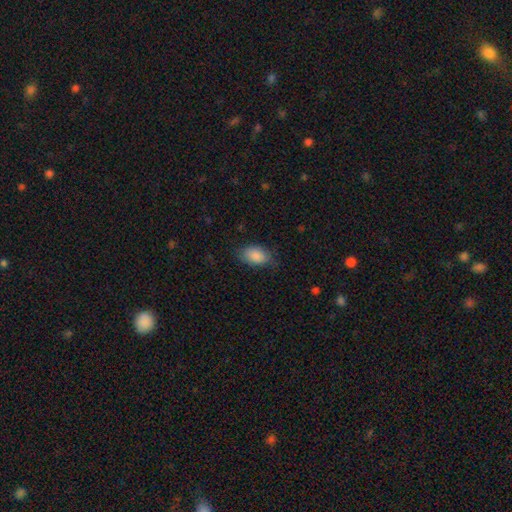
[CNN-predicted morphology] Overall: smooth (88%). How rounded: in between (91%). Merging: none (75%).